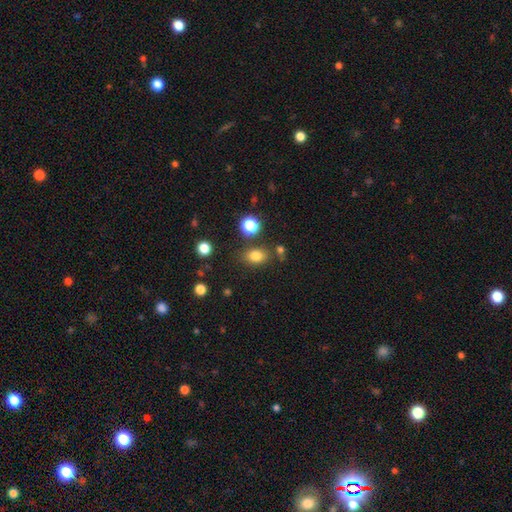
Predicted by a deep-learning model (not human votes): smooth 79%, star or artifact 14%, featured or disk 7%. Down the decision tree: how rounded — in between (67%); merging — none (76%).